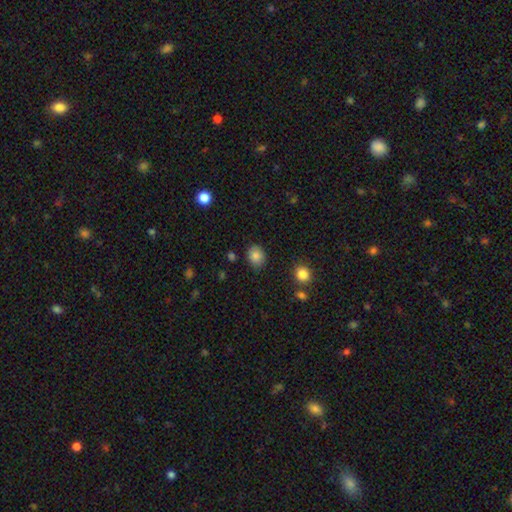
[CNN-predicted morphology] Smooth or featured? Predicted: smooth (p=0.84). How rounded? Predicted: round (p=0.62). Merging? Predicted: none (p=0.84).